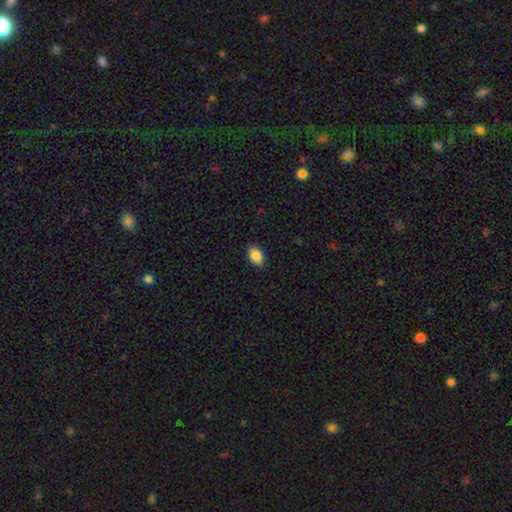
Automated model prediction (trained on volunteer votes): This appears to be a smooth galaxy with no disk features (88%) that is in between round and cigar-shaped (87%). Merging: none (88%).